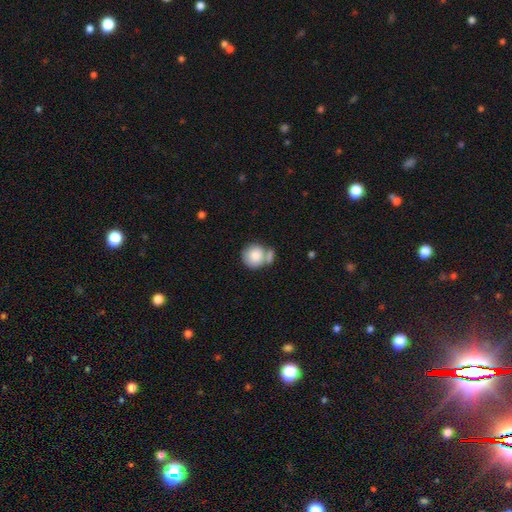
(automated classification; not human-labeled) Smooth or featured?
  - smooth: 82% *
  - featured or disk: 11%
  - star or artifact: 7%
How rounded?
  - round: 88% *
  - in between: 10%
  - cigar-shaped: 1%
Merging?
  - none: 51% *
  - merger: 31%
  - minor disturbance: 13%
  - major disturbance: 5%